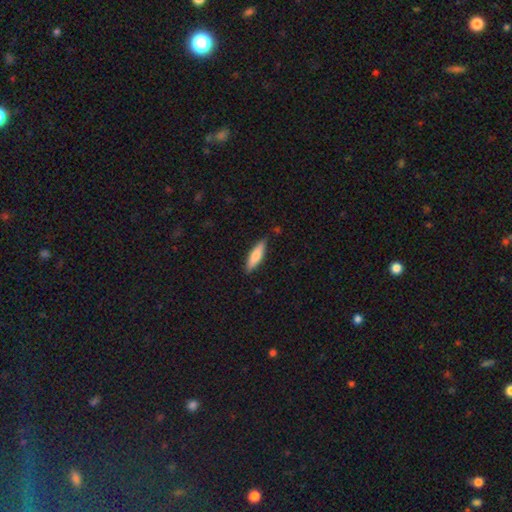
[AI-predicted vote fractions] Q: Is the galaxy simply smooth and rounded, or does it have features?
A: smooth — 73%.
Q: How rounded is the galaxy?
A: cigar-shaped — 64%.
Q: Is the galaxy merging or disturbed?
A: none — 86%.